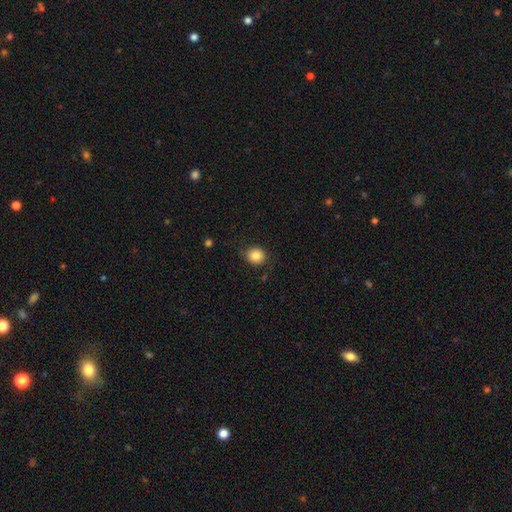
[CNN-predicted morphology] smooth-or-featured: smooth: 85% | star or artifact: 9% | featured or disk: 6%
  how-rounded: round: 83% | in between: 17% | cigar-shaped: 1%
  merging: none: 80% | minor disturbance: 14% | major disturbance: 4% | merger: 1%